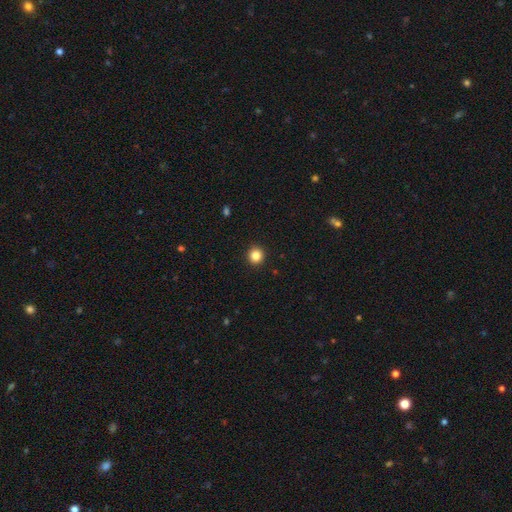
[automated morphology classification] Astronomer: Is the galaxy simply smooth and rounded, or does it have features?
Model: smooth — 84%.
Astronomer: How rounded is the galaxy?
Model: round — 94%.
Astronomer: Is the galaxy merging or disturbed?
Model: none — 93%.